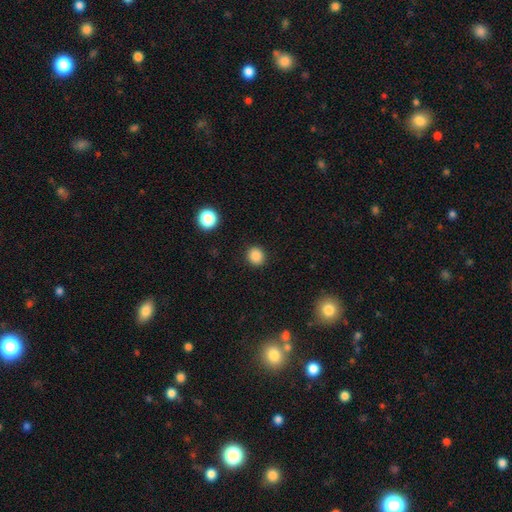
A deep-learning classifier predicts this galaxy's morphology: smooth 86%, star or artifact 11%, featured or disk 3%. Down the decision tree: how rounded — round (85%); merging — none (91%).